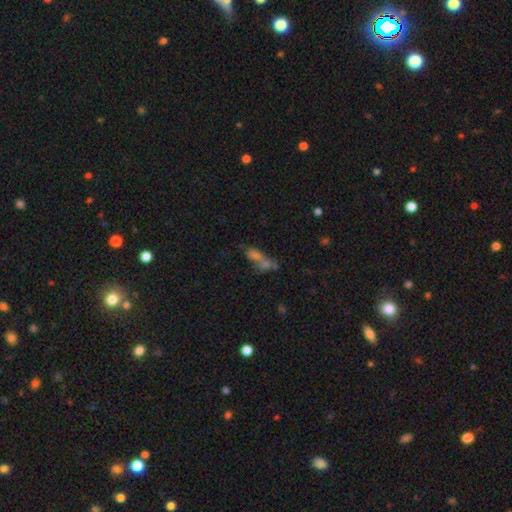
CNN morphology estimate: A smooth galaxy with no disk features (53%) that is in between round and cigar-shaped (61%).

Vote fractions:
- Smooth or featured? smooth: 53% / star or artifact: 25% / featured or disk: 22%
- How rounded? in between: 61% / cigar-shaped: 23% / round: 16%
- Merging? merger: 54% / none: 28% / minor disturbance: 9% / major disturbance: 9%